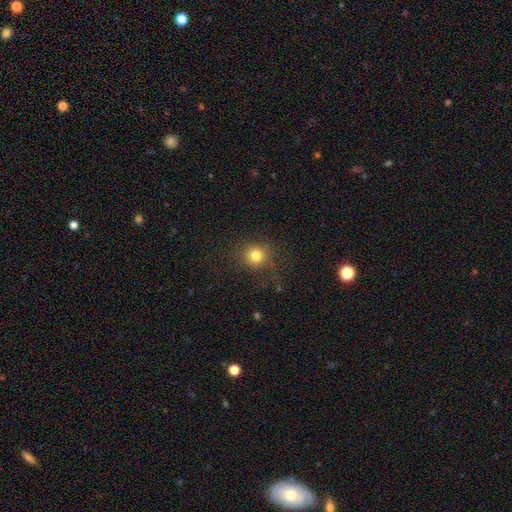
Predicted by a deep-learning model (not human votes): A smooth galaxy with no disk features (79%) that is round (90%).

Vote fractions:
- Smooth or featured? smooth: 79% / star or artifact: 14% / featured or disk: 7%
- How rounded? round: 90% / in between: 9% / cigar-shaped: 1%
- Merging? none: 83% / minor disturbance: 11% / major disturbance: 5% / merger: 1%